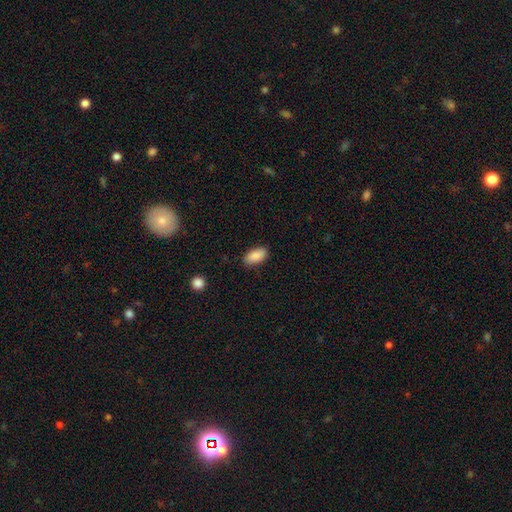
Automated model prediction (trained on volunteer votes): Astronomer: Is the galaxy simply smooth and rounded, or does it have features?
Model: smooth — 88%.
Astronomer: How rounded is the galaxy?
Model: in between — 93%.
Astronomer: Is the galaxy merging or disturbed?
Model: none — 86%.